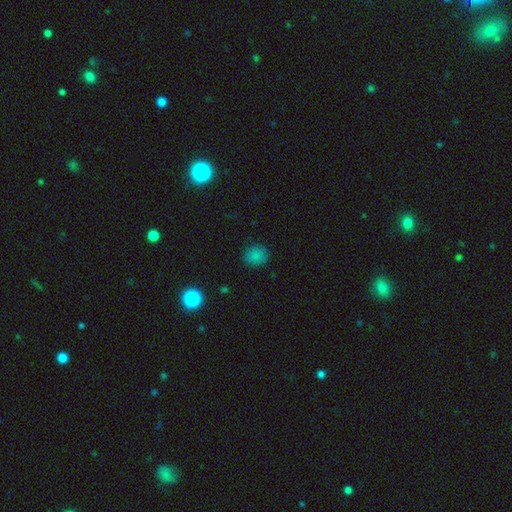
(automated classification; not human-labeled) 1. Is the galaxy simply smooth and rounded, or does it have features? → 82% smooth, 14% star or artifact, 4% featured or disk.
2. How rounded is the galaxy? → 77% round, 22% in between, 1% cigar-shaped.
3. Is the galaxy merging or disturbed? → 87% none, 9% minor disturbance, 2% major disturbance, 1% merger.